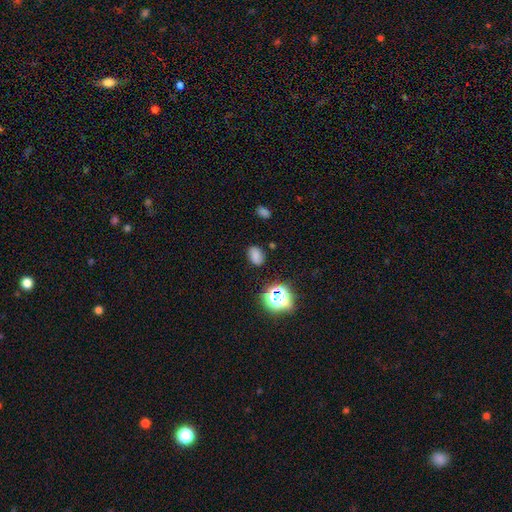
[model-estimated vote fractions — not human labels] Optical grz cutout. It shows a smooth galaxy with no disk features (67%) that is in between round and cigar-shaped (75%). Merging: none (79%).